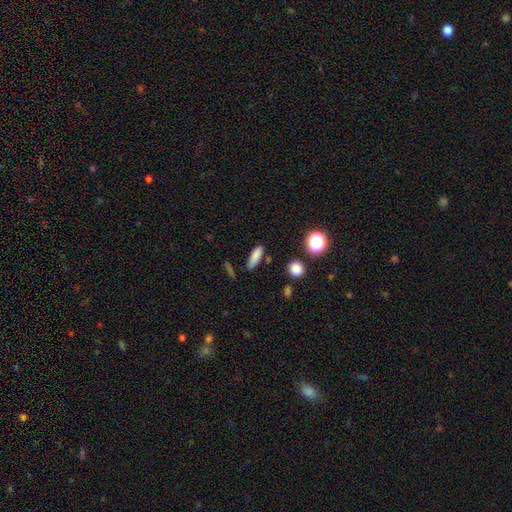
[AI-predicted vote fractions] A smooth galaxy with no disk features (81%) that is cigar-shaped (51%).

Vote fractions:
- Smooth or featured? smooth: 81% / star or artifact: 11% / featured or disk: 8%
- How rounded? cigar-shaped: 51% / in between: 44% / round: 5%
- Merging? none: 78% / minor disturbance: 14% / merger: 4% / major disturbance: 4%